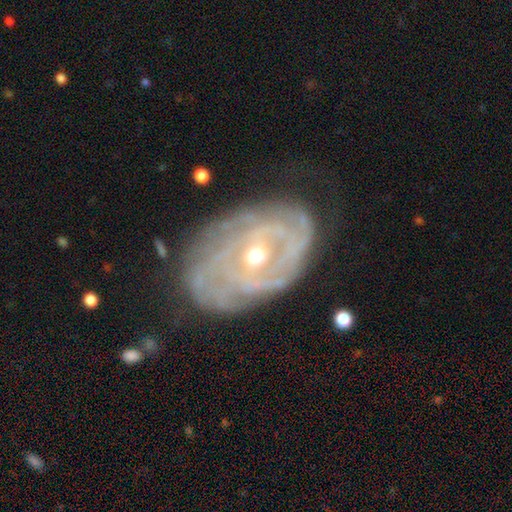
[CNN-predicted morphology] The model was most divided on "spiral arm count": can't tell: 45%, 2: 20%, 3: 14%, 4: 8%, more than 4: 6%, 1: 6%. More confident: edge-on disk — no (95%); spiral arms — yes (85%); smooth or featured — featured or disk (84%); spiral winding — tight (69%); bar — no (67%); merging — none (67%); bulge size — moderate (65%).